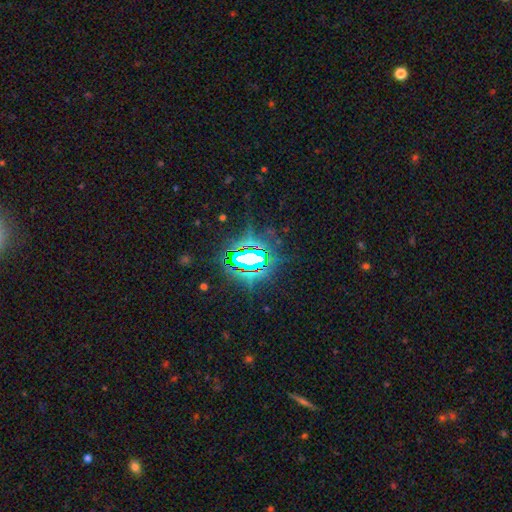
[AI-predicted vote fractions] The model was most divided on "smooth or featured": star or artifact: 80%, smooth: 11%, featured or disk: 9%.